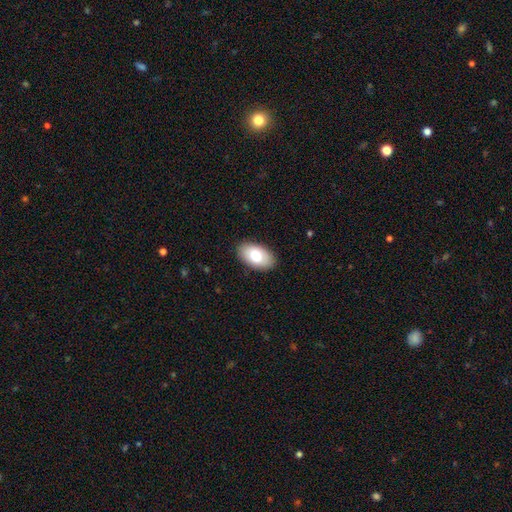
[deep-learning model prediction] smooth 79%, featured or disk 15%, star or artifact 6%. Down the decision tree: how rounded — in between (95%); merging — none (88%).